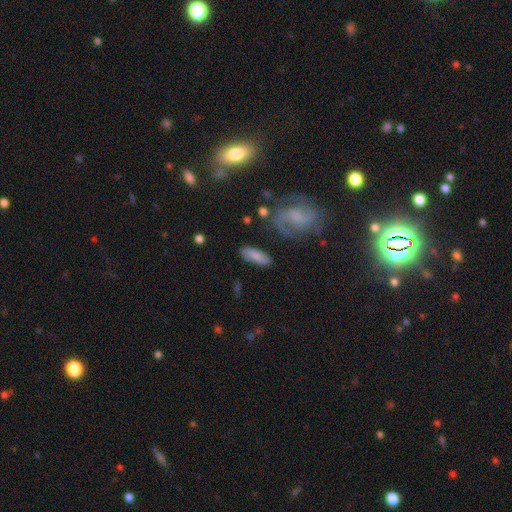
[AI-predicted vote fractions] smooth 77%, featured or disk 16%, star or artifact 7%. Down the decision tree: how rounded — in between (63%); merging — none (79%).